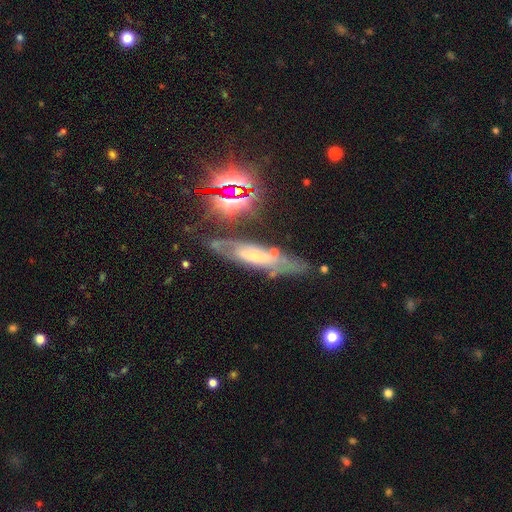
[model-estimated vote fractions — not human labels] This is likely a featured or disk galaxy (63%). It is likely not viewed edge-on (64%). Merging: likely none (66%).